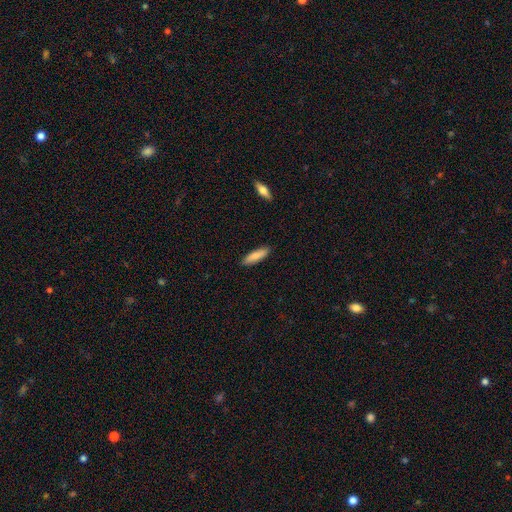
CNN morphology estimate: Q: Smooth or featured?
A: smooth (84%); runner-up: featured or disk (10%)
Q: How rounded?
A: cigar-shaped (68%); runner-up: in between (30%)
Q: Merging?
A: none (89%); runner-up: minor disturbance (8%)